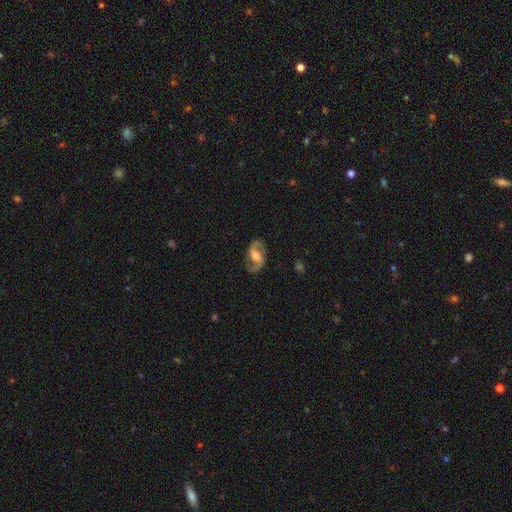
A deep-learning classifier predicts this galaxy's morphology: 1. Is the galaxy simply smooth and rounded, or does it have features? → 85% featured or disk, 9% smooth, 5% star or artifact.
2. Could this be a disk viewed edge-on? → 97% no, 3% yes.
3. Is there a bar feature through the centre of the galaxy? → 46% weak, 31% strong, 23% no.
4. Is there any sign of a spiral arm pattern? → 95% yes, 5% no.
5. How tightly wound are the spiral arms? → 54% medium, 30% loose, 16% tight.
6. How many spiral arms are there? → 93% 2, 2% can't tell, 2% 1, 1% 3, 1% 4, 1% more than 4.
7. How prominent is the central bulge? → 55% moderate, 21% small, 16% large, 6% none, 2% dominant.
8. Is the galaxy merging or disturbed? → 83% none, 11% minor disturbance, 5% major disturbance, 1% merger.